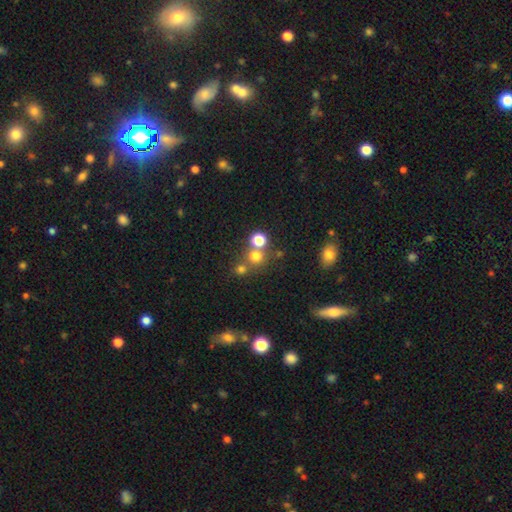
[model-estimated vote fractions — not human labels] This appears to be a smooth galaxy with no disk features (69%) that is round (90%). Merging: none (63%).